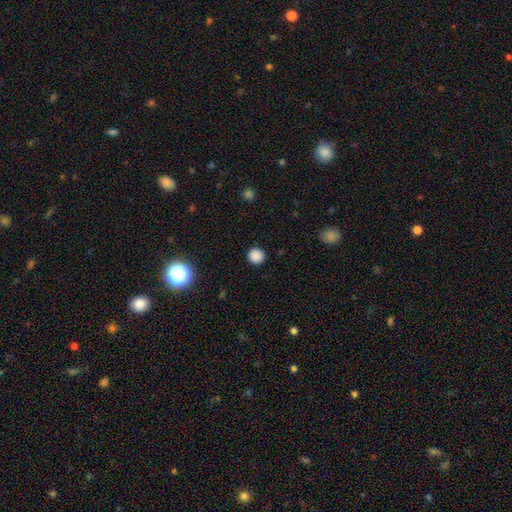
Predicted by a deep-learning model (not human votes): smooth 85%, star or artifact 12%, featured or disk 3%. Down the decision tree: how rounded — round (92%); merging — none (91%).